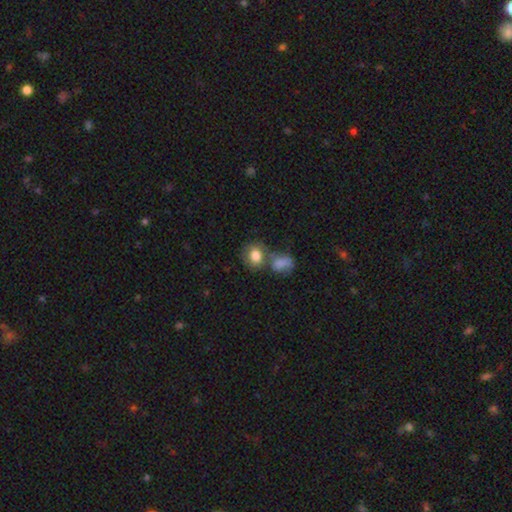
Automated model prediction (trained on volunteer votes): Q: Smooth or featured?
A: smooth (79%); runner-up: featured or disk (13%)
Q: How rounded?
A: round (56%); runner-up: in between (43%)
Q: Merging?
A: none (40%); tied with: merger (40%)